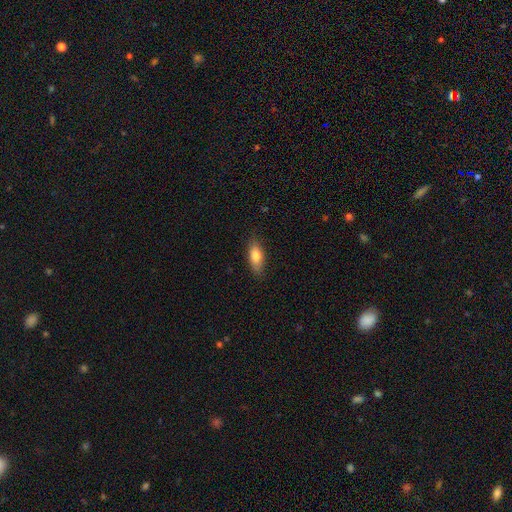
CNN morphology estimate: This is likely a smooth galaxy (79%). How rounded: likely in between (76%). Merging: clearly none (84%).